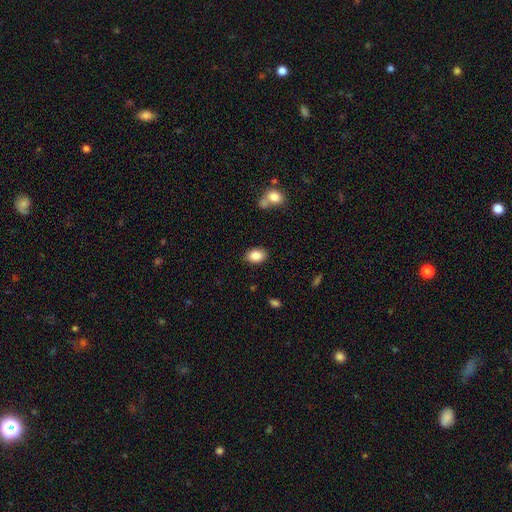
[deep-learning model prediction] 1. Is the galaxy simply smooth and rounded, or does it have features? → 87% smooth, 8% star or artifact, 6% featured or disk.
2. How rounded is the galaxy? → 80% in between, 18% round, 1% cigar-shaped.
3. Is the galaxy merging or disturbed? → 84% none, 11% minor disturbance, 3% major disturbance, 2% merger.